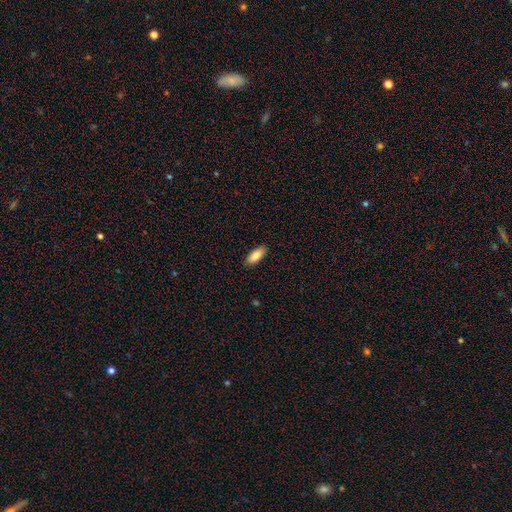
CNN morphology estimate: This is clearly a smooth galaxy (86%). How rounded: clearly in between (82%). Merging: clearly none (88%).